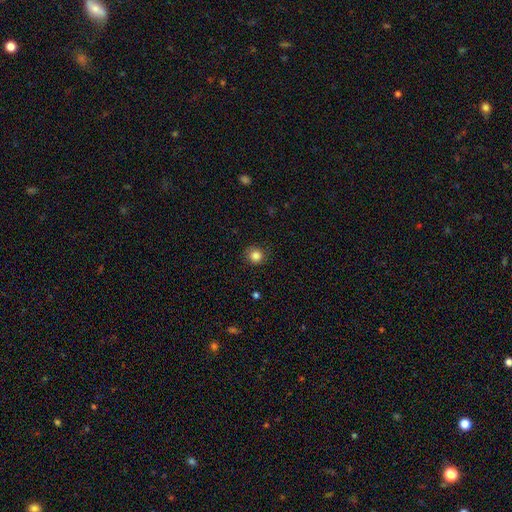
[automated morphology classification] This appears to be a smooth galaxy with no disk features (85%) that is round (91%). Merging: none (87%).